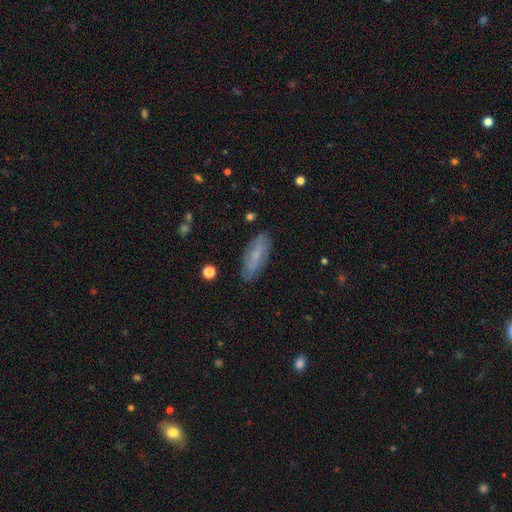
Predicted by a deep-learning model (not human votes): smooth 63%, featured or disk 29%, star or artifact 8%. Down the decision tree: how rounded — in between (60%); merging — none (84%).